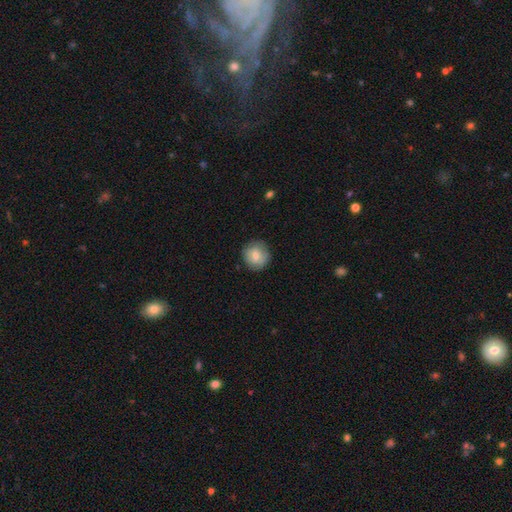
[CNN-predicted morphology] Smooth or featured?
  - smooth: 73% *
  - featured or disk: 19%
  - star or artifact: 8%
How rounded?
  - round: 89% *
  - in between: 10%
  - cigar-shaped: 1%
Merging?
  - none: 83% *
  - minor disturbance: 13%
  - major disturbance: 3%
  - merger: 1%